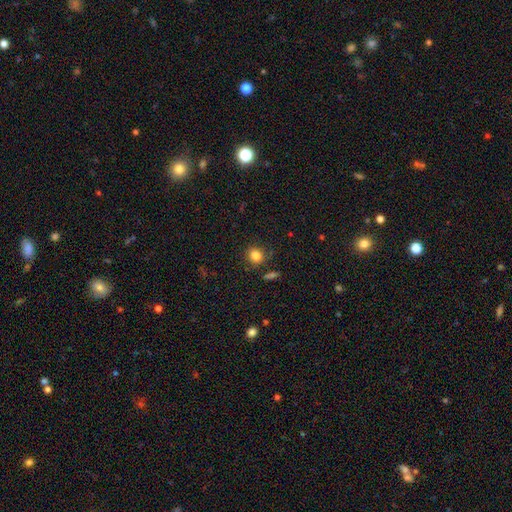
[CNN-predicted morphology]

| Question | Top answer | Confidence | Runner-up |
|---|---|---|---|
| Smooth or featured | smooth | 83% | star or artifact (11%) |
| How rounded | round | 80% | in between (19%) |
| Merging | none | 83% | minor disturbance (11%) |